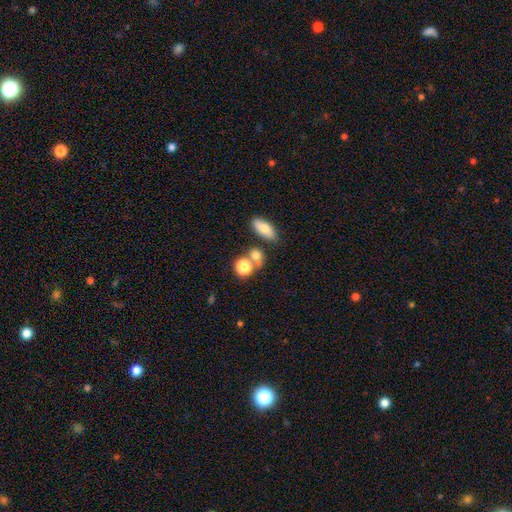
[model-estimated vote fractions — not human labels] Smooth or featured? smooth (78%)
How rounded? round (64%)
Merging? none (57%)